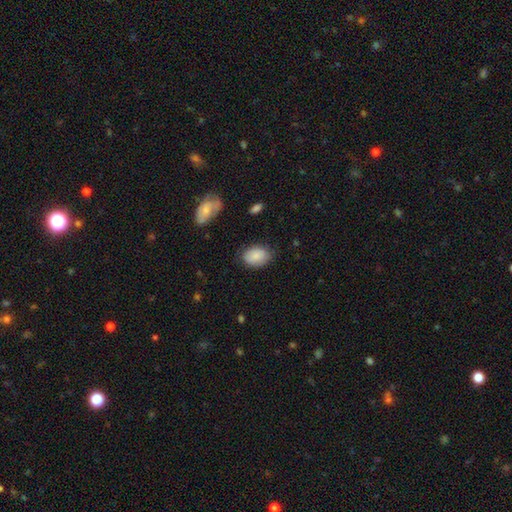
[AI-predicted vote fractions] Smooth or featured? smooth (86%)
How rounded? in between (82%)
Merging? none (75%)